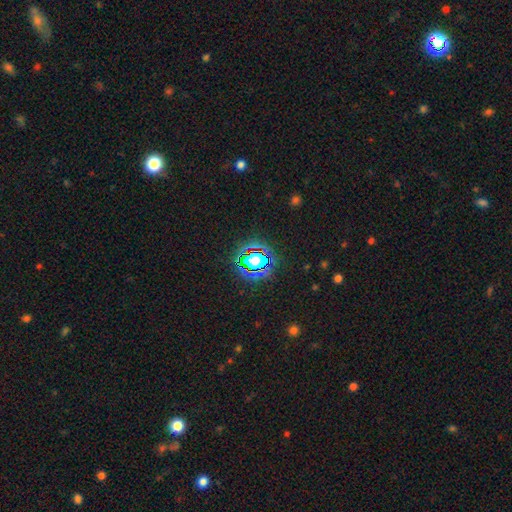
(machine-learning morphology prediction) A star or artifact, not a galaxy (63%).